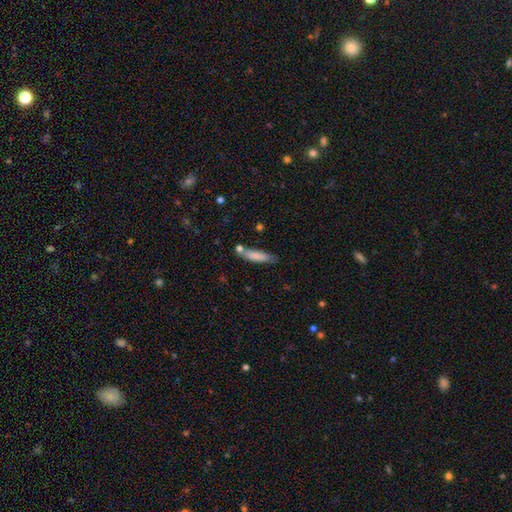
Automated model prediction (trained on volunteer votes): Smooth or featured? Predicted: smooth (p=0.81). How rounded? Predicted: cigar-shaped (p=0.77). Merging? Predicted: none (p=0.67).